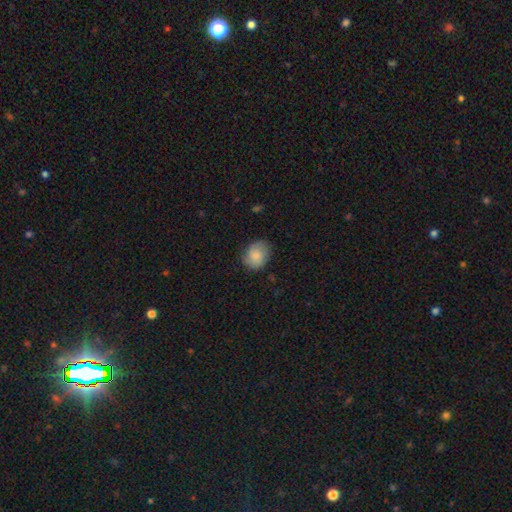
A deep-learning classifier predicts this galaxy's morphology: smooth-or-featured: smooth: 79% | featured or disk: 14% | star or artifact: 7%
  how-rounded: round: 56% | in between: 43% | cigar-shaped: 1%
  merging: none: 73% | minor disturbance: 21% | major disturbance: 5% | merger: 1%